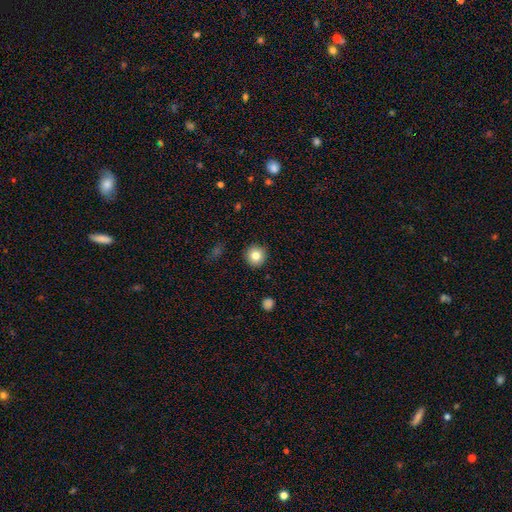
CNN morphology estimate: Smooth or featured: smooth — 82% (star or artifact — 10%)
How rounded: round — 94% (in between — 5%)
Merging: none — 92% (minor disturbance — 5%)